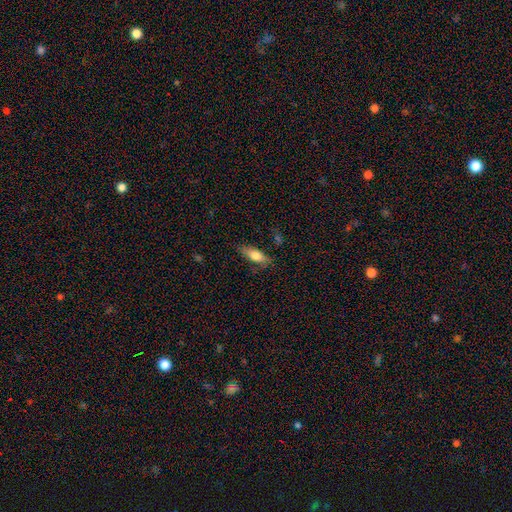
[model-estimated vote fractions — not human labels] A smooth galaxy with no disk features (74%) that is in between round and cigar-shaped (66%).

Vote fractions:
- Smooth or featured? smooth: 74% / featured or disk: 19% / star or artifact: 7%
- How rounded? in between: 66% / cigar-shaped: 31% / round: 3%
- Merging? none: 75% / minor disturbance: 18% / major disturbance: 4% / merger: 2%